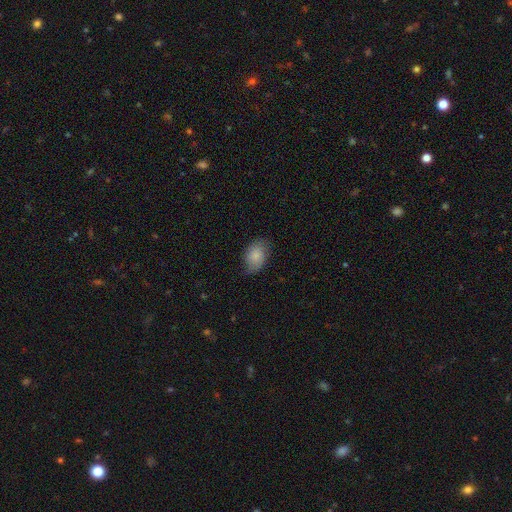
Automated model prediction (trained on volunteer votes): A smooth galaxy with no disk features (77%) that is in between round and cigar-shaped (85%). Merging: none (65%).